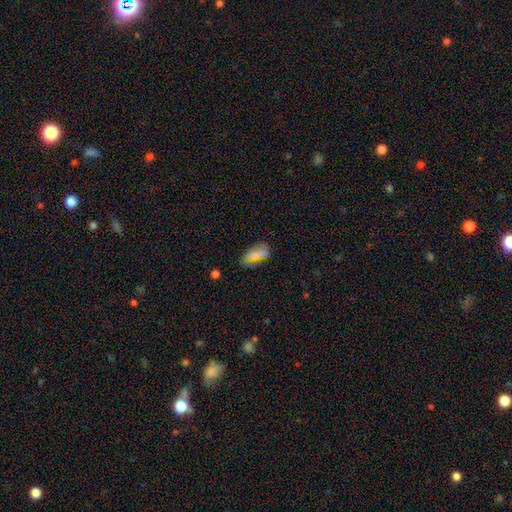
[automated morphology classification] This is likely a smooth galaxy (66%). How rounded: clearly in between (82%). Merging: likely none (69%).